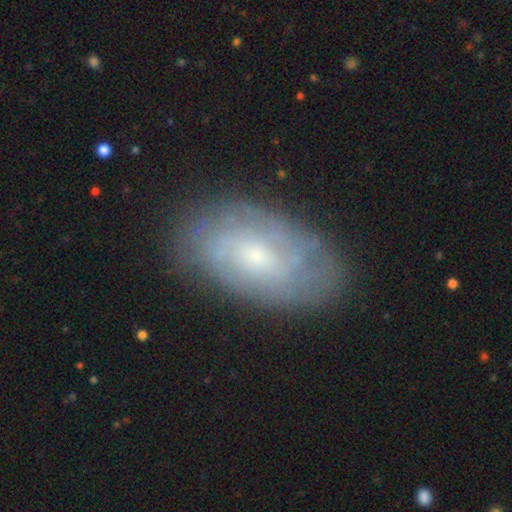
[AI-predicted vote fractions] Morphology: type=featured or disk (64%); edge-on=no (93%); bar=no (69%); spiral arms=yes (81%); bulge=small (68%); merging=none (80%).